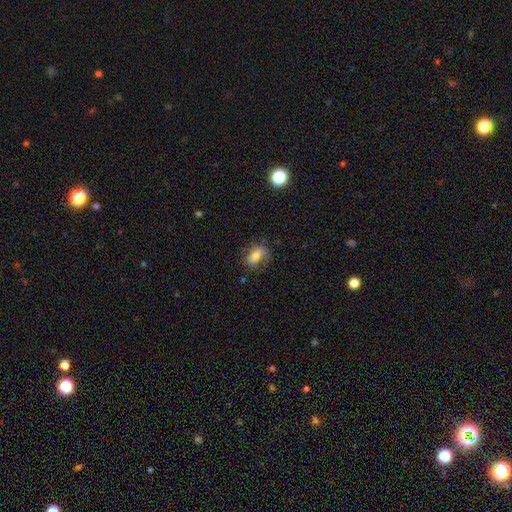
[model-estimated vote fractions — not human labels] Smooth or featured: smooth — 62% (featured or disk — 29%)
How rounded: in between — 81% (round — 17%)
Merging: none — 67% (minor disturbance — 22%)